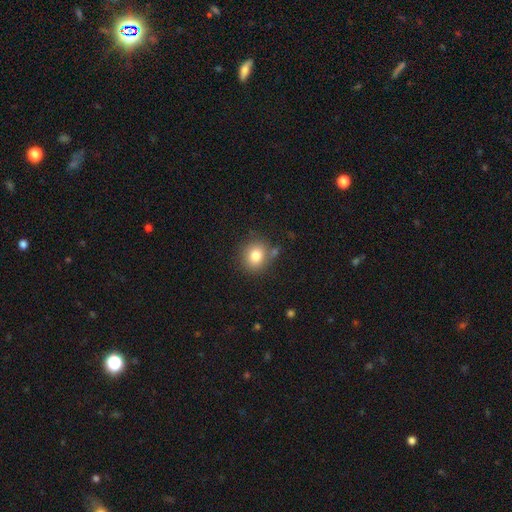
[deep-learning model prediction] smooth_or_featured: smooth (p=0.81) [alt: star or artifact p=0.11]
how_rounded: round (p=0.79) [alt: in between p=0.20]
merging: none (p=0.76) [alt: minor disturbance p=0.13]